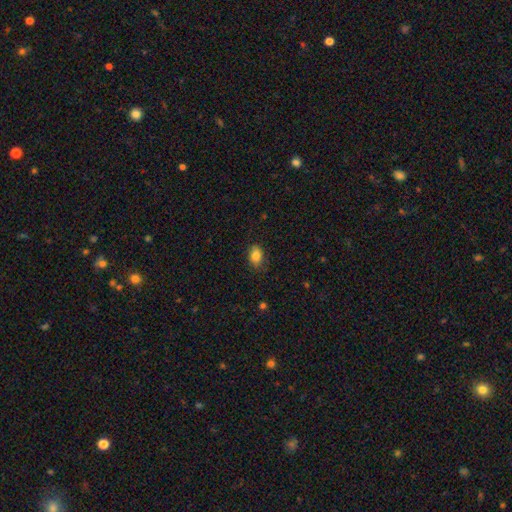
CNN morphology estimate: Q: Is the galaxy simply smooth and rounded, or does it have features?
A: smooth — 84%.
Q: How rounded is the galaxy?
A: in between — 83%.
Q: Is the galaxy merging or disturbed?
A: none — 84%.